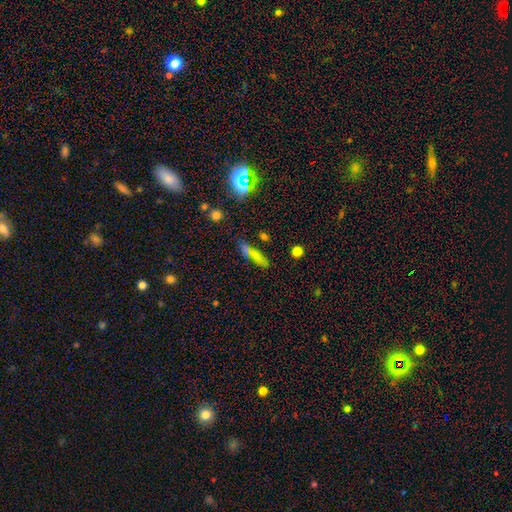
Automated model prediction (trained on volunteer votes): Smooth or featured? Predicted: smooth (p=0.68). How rounded? Predicted: cigar-shaped (p=0.66). Merging? Predicted: none (p=0.66).